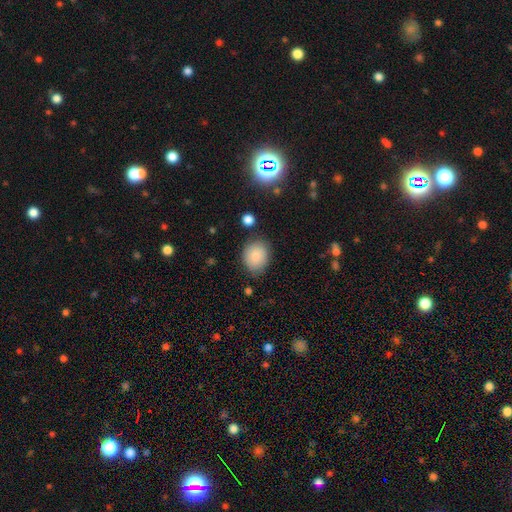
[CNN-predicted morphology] The model was most divided on "how rounded": round: 53%, in between: 46%, cigar-shaped: 1%. More confident: smooth or featured — smooth (86%); merging — none (77%).